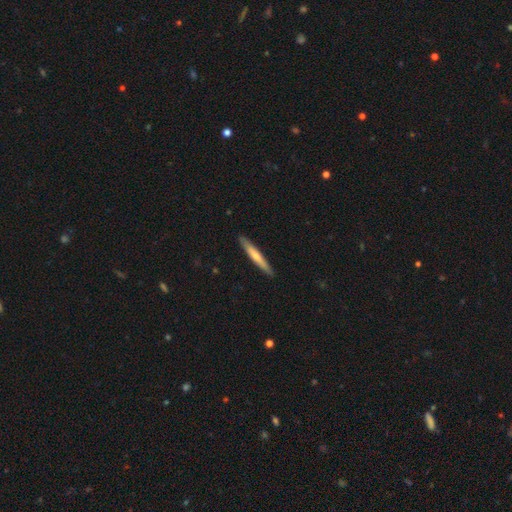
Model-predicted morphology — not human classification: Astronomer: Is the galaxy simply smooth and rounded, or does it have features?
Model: smooth — 58% (runner-up: featured or disk, 37%).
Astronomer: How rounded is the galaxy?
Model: cigar-shaped — 95%.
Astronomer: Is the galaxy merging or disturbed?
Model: none — 90%.